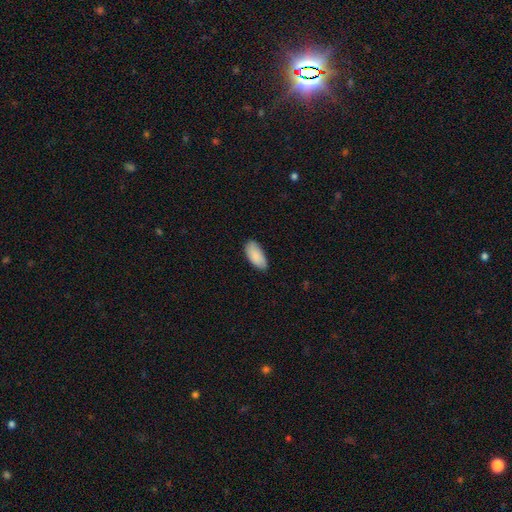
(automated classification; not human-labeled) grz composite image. It shows a smooth galaxy with no disk features (88%) that is in between round and cigar-shaped (93%). Merging: none (80%).